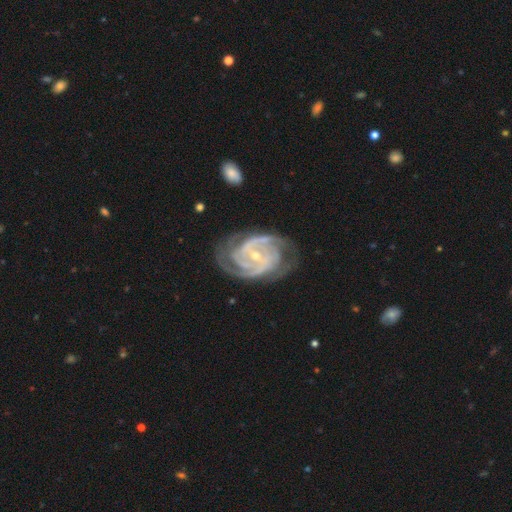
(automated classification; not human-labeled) The model was most divided on "spiral arm count": 2: 38%, 3: 30%, can't tell: 11%, 4: 11%, more than 4: 5%, 1: 5%. Remaining: spiral arms — yes (98%); edge-on disk — no (97%); smooth or featured — featured or disk (92%); merging — none (71%); bulge size — small (69%); spiral winding — tight (61%); bar — no (46%).